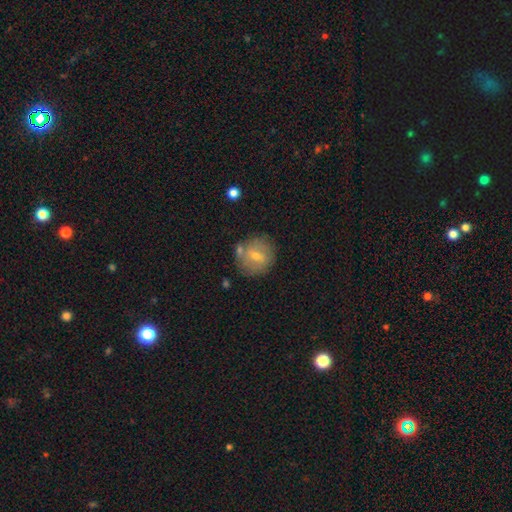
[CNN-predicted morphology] smooth-or-featured: smooth: 57% | featured or disk: 33% | star or artifact: 10%
  how-rounded: round: 87% | in between: 11% | cigar-shaped: 1%
  merging: none: 75% | minor disturbance: 13% | merger: 8% | major disturbance: 4%